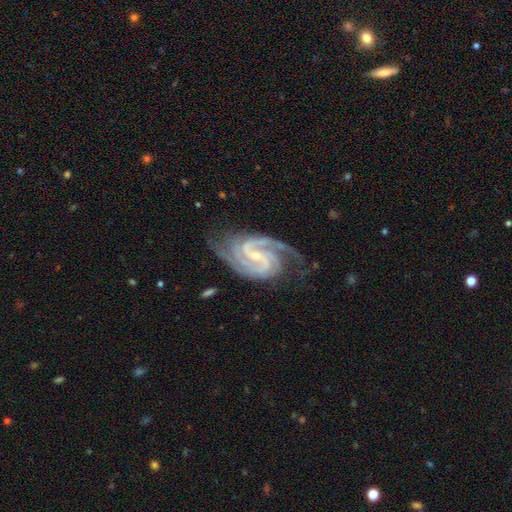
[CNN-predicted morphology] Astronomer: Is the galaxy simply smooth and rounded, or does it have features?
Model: featured or disk — 94%.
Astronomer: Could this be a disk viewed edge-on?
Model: no — 98%.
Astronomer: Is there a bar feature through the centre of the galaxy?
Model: weak — 45% (runner-up: strong, 29%).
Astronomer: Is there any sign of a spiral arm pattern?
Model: yes — 99%.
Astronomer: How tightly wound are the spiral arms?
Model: tight — 50% (runner-up: medium, 44%).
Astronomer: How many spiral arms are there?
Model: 2 — 56%.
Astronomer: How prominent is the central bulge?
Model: small — 76%.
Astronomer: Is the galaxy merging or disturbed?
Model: none — 73%.